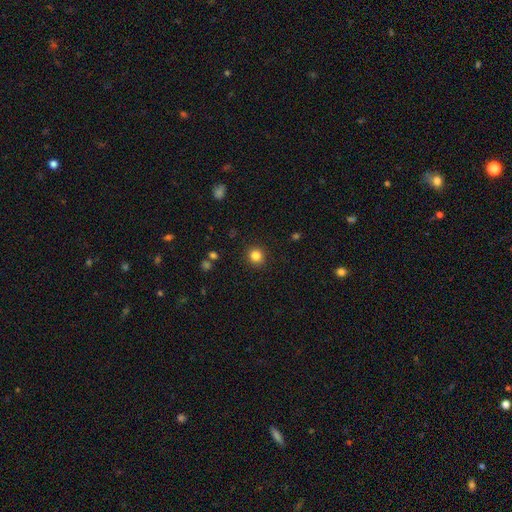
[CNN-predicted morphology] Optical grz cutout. It shows a smooth galaxy with no disk features (84%) that is round (87%). Merging: none (90%).